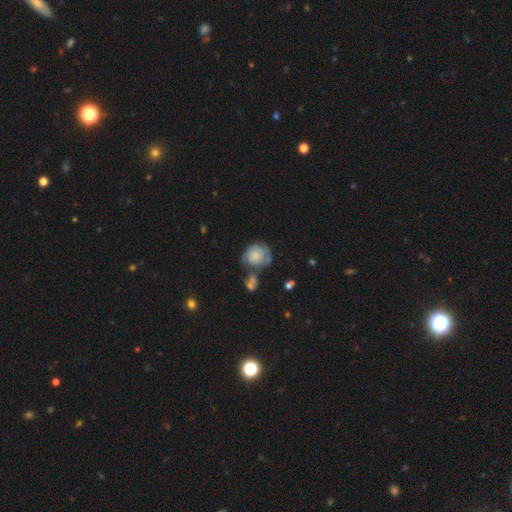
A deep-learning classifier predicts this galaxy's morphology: Smooth or featured?
  - featured or disk: 56% *
  - smooth: 36%
  - star or artifact: 8%
Edge-on disk?
  - no: 97% *
  - yes: 3%
Bar?
  - no: 78% *
  - weak: 19%
  - strong: 3%
Spiral arms?
  - yes: 84% *
  - no: 16%
Bulge size?
  - small: 45% *
  - moderate: 30%
  - none: 15%
  - large: 8%
  - dominant: 2%
Merging?
  - none: 45% *
  - minor disturbance: 22%
  - merger: 19%
  - major disturbance: 13%